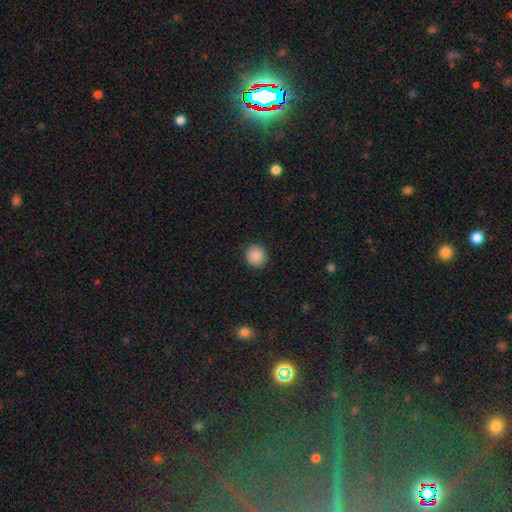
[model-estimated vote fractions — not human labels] Overall: smooth (88%). How rounded: round (89%). Merging: none (91%).